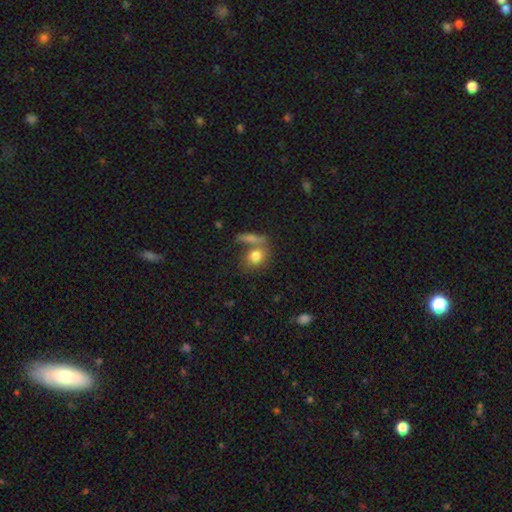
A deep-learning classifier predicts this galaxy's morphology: Smooth or featured? smooth (80%)
How rounded? round (54%)
Merging? none (52%)